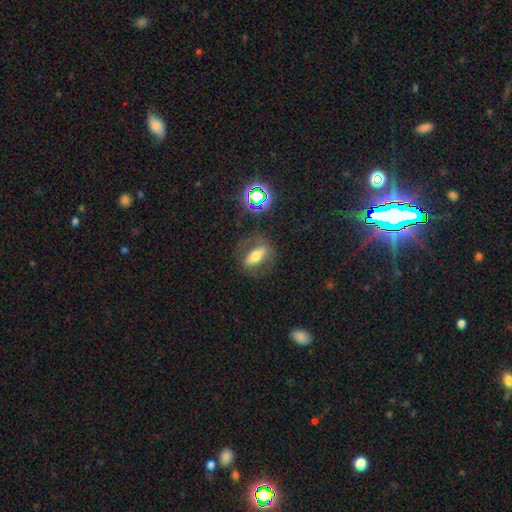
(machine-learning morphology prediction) type=smooth (43%); merging=none (72%).